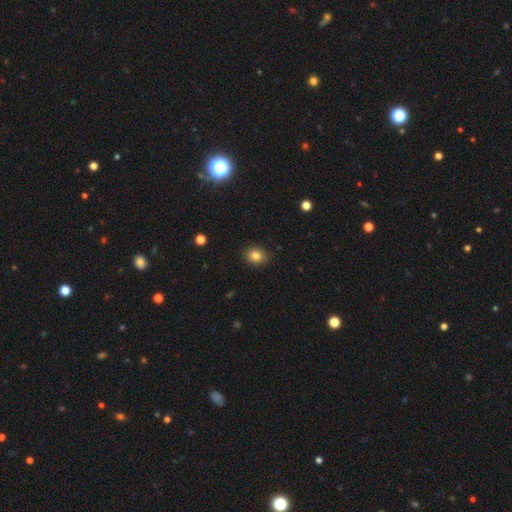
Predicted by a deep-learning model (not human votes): Smooth or featured? Predicted: smooth (p=0.83). How rounded? Predicted: round (p=0.54). Merging? Predicted: none (p=0.89).